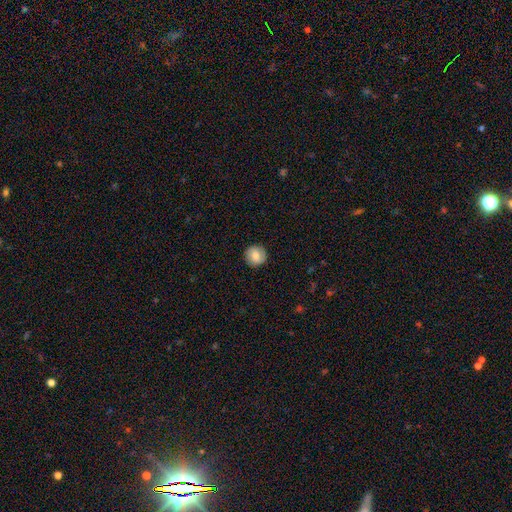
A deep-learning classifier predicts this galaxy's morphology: A smooth galaxy with no disk features (79%) that is round (94%).

Vote fractions:
- Smooth or featured? smooth: 79% / featured or disk: 13% / star or artifact: 8%
- How rounded? round: 94% / in between: 5% / cigar-shaped: 1%
- Merging? none: 90% / minor disturbance: 7% / major disturbance: 2% / merger: 1%